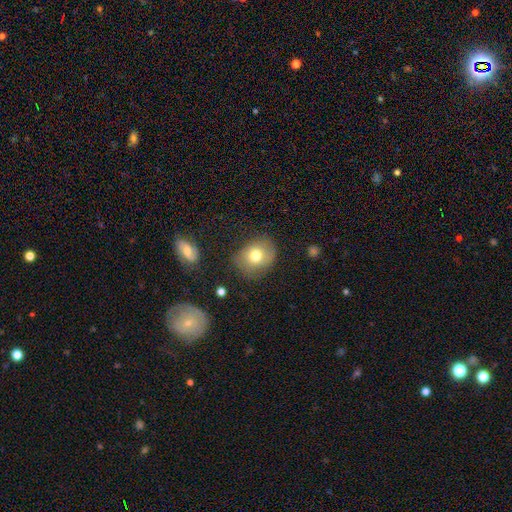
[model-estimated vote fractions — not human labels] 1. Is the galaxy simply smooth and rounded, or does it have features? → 72% smooth, 18% featured or disk, 10% star or artifact.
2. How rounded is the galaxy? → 58% round, 41% in between, 1% cigar-shaped.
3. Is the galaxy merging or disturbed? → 73% none, 19% minor disturbance, 6% major disturbance, 2% merger.